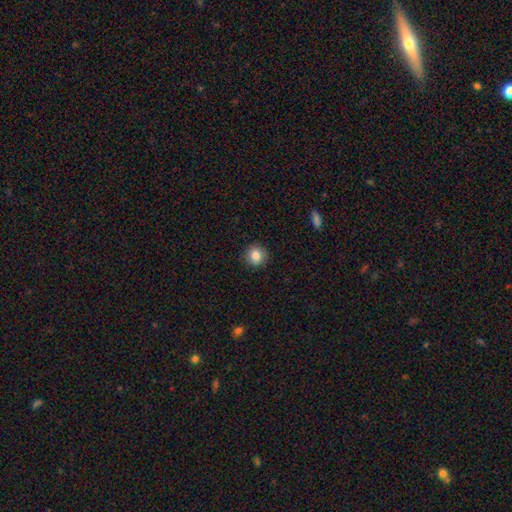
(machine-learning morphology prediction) Smooth or featured?
  - smooth: 84% *
  - star or artifact: 9%
  - featured or disk: 7%
How rounded?
  - round: 91% *
  - in between: 8%
  - cigar-shaped: 1%
Merging?
  - none: 90% *
  - minor disturbance: 7%
  - major disturbance: 2%
  - merger: 1%